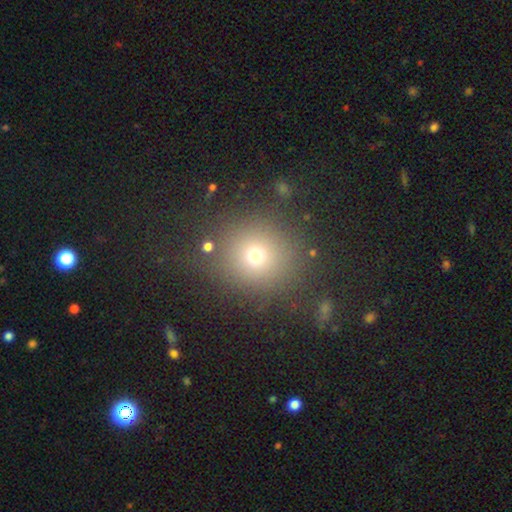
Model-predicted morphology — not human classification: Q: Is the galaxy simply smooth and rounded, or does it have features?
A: smooth — 69%.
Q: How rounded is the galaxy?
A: round — 88%.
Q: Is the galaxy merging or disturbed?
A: none — 82%.